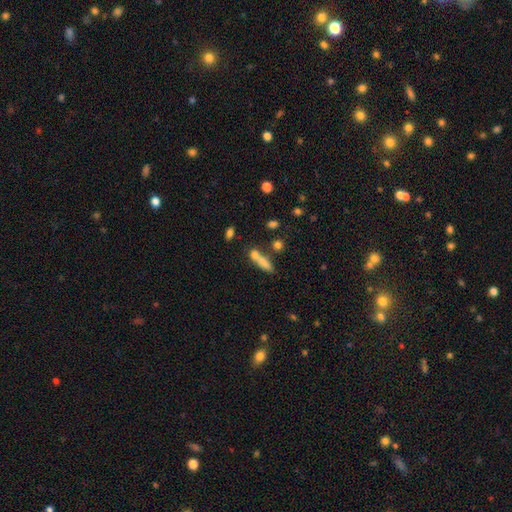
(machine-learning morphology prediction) smooth_or_featured: smooth (p=0.73) [alt: featured or disk p=0.16]
how_rounded: cigar-shaped (p=0.61) [alt: in between p=0.32]
merging: none (p=0.48) [alt: merger p=0.31]